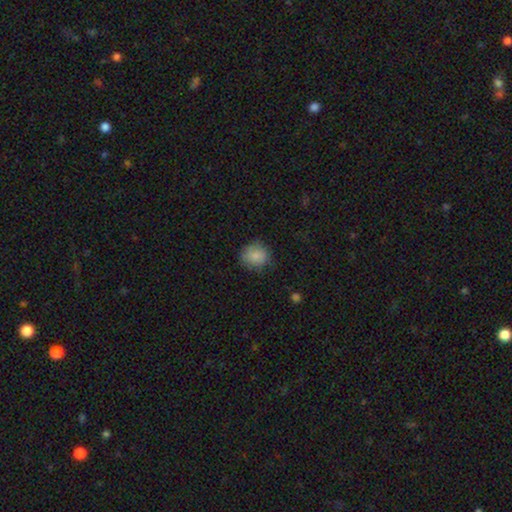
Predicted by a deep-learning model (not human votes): This is clearly a smooth galaxy (85%). How rounded: clearly round (82%). Merging: likely none (74%).